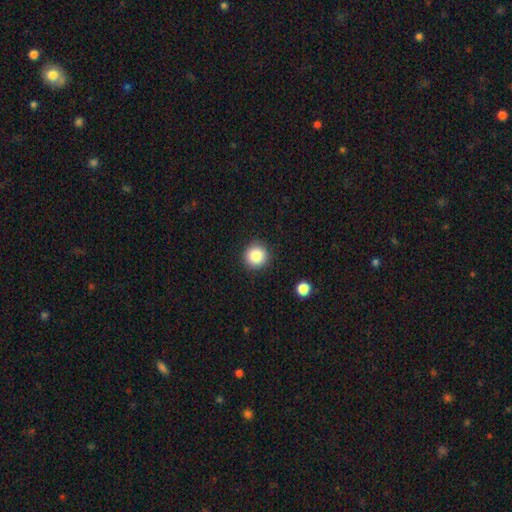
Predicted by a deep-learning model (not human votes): Smooth or featured?
  - smooth: 85% *
  - star or artifact: 10%
  - featured or disk: 5%
How rounded?
  - round: 93% *
  - in between: 6%
  - cigar-shaped: 1%
Merging?
  - none: 90% *
  - minor disturbance: 6%
  - major disturbance: 2%
  - merger: 1%